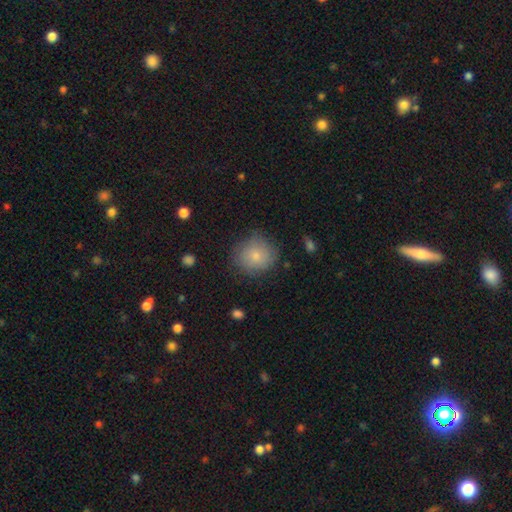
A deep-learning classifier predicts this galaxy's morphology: Smooth or featured?
  - smooth: 77% *
  - featured or disk: 14%
  - star or artifact: 9%
How rounded?
  - round: 86% *
  - in between: 13%
  - cigar-shaped: 1%
Merging?
  - none: 74% *
  - minor disturbance: 19%
  - major disturbance: 6%
  - merger: 2%